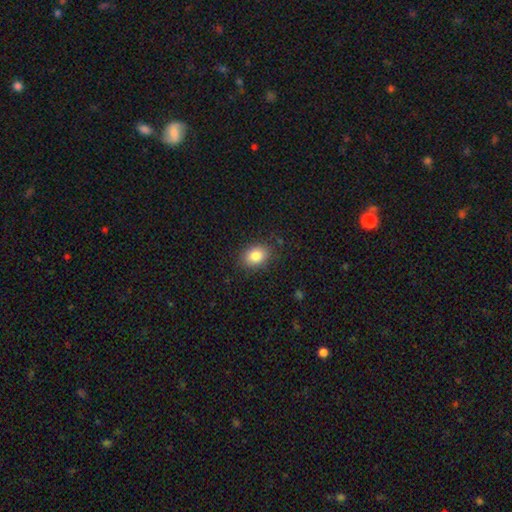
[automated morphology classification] A smooth galaxy with no disk features (84%) that is in between round and cigar-shaped (67%). Merging: none (86%).